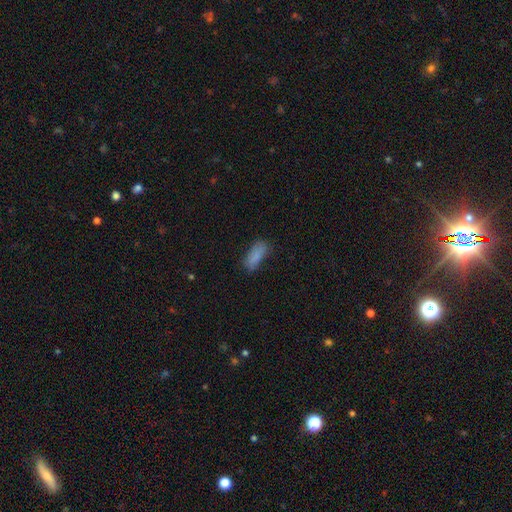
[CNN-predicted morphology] Smooth or featured?
  - smooth: 84% *
  - star or artifact: 9%
  - featured or disk: 8%
How rounded?
  - in between: 70% *
  - cigar-shaped: 28%
  - round: 2%
Merging?
  - none: 71% *
  - minor disturbance: 22%
  - major disturbance: 5%
  - merger: 2%